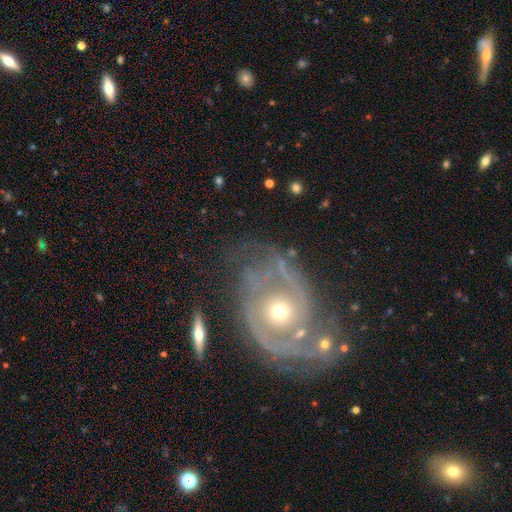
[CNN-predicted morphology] A featured or disk galaxy (88%) with no bar (70%), 2 (69%) tight (55%) spiral arms (94%) and a moderate central bulge (63%). Merging: none (64%).